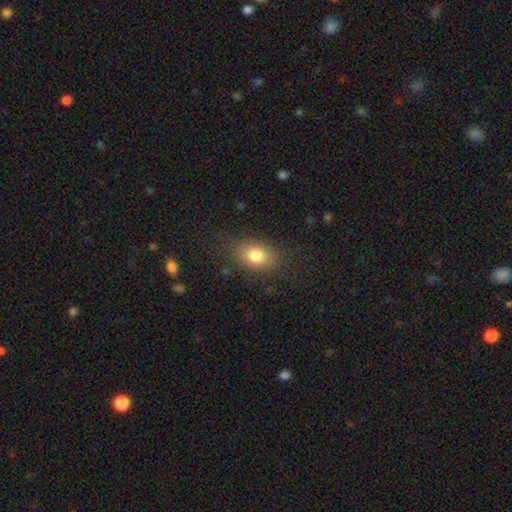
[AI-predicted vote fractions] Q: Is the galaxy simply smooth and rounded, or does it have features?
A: smooth — 80%.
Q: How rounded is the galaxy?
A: in between — 78%.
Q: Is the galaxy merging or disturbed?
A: none — 81%.